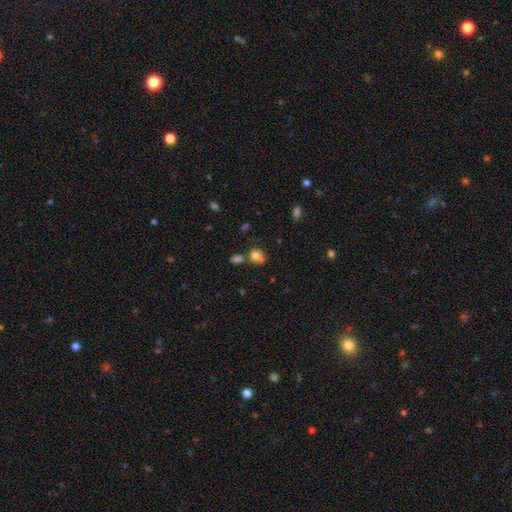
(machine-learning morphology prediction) This appears to be a smooth galaxy with no disk features (81%) that is round (61%). Merging: none (57%).